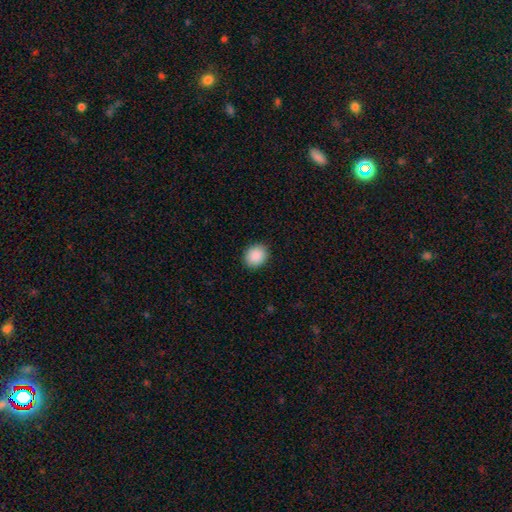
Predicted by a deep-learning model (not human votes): smooth_or_featured: smooth (p=0.90) [alt: star or artifact p=0.07]
how_rounded: round (p=0.63) [alt: in between p=0.36]
merging: none (p=0.90) [alt: minor disturbance p=0.07]